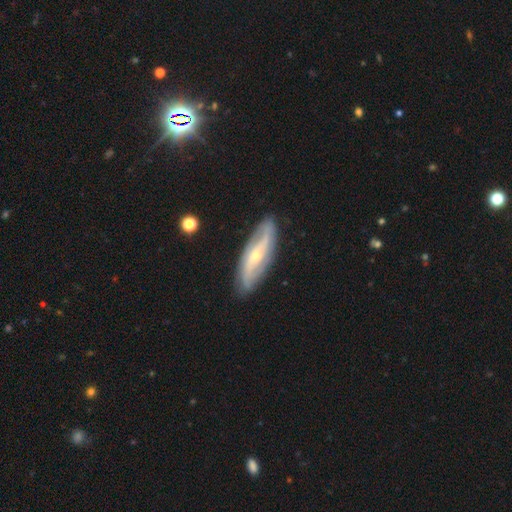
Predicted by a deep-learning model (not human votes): Overall: featured or disk (79%). Edge-on disk: no (80%). Bar: no (44%; weak 34%). Spiral arms: yes (88%). Spiral arm count: 2 (77%). Spiral winding: loose (43%; medium 34%). Bulge size: small (71%). Merging: none (83%).